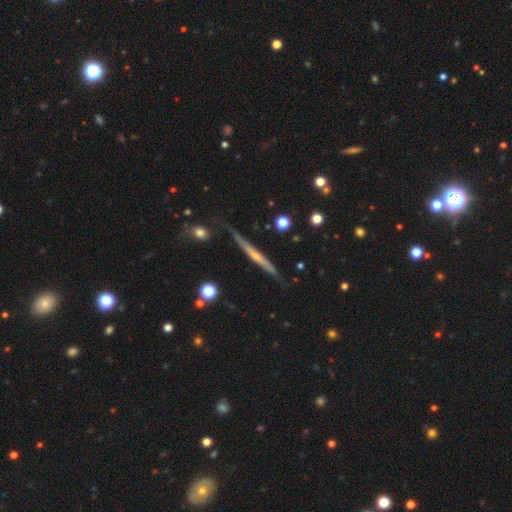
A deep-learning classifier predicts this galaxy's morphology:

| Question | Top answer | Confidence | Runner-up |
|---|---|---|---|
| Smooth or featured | featured or disk | 72% | smooth (22%) |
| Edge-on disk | yes | 96% | no (4%) |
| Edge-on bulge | rounded | 48% | none (46%) |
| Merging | none | 76% | minor disturbance (18%) |